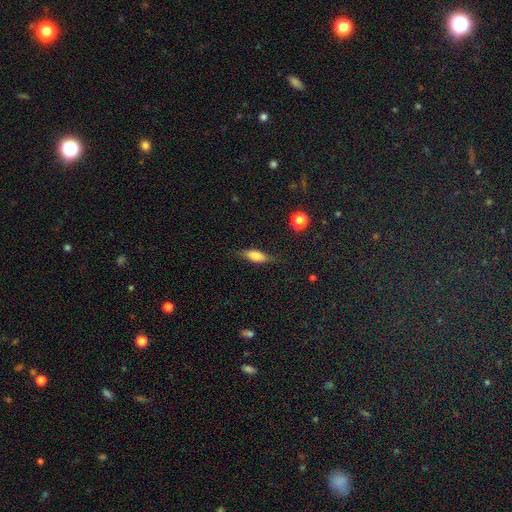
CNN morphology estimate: smooth_or_featured: smooth (p=0.66) [alt: featured or disk p=0.26]
how_rounded: in between (p=0.56) [alt: cigar-shaped p=0.40]
merging: none (p=0.78) [alt: minor disturbance p=0.16]